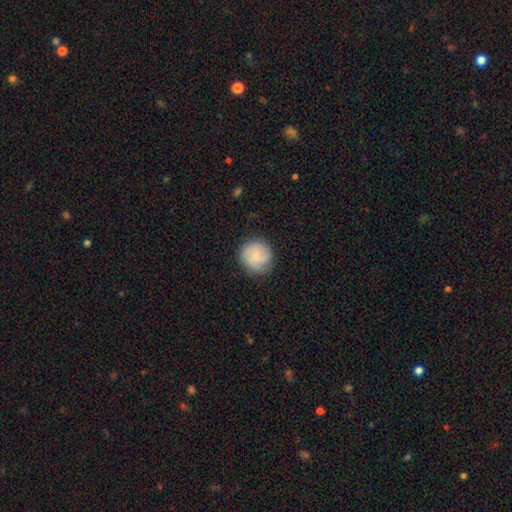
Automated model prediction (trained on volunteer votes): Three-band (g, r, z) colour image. It shows a smooth galaxy with no disk features (61%) that is round (91%). Merging: none (83%).